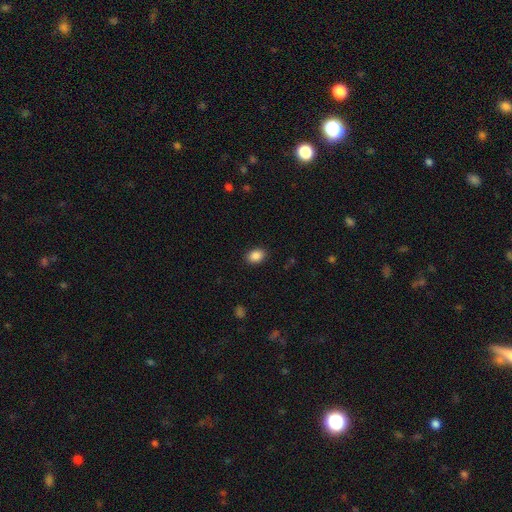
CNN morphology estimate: Smooth or featured?
  - smooth: 88% *
  - star or artifact: 9%
  - featured or disk: 3%
How rounded?
  - in between: 70% *
  - round: 29%
  - cigar-shaped: 1%
Merging?
  - none: 89% *
  - minor disturbance: 8%
  - major disturbance: 2%
  - merger: 1%